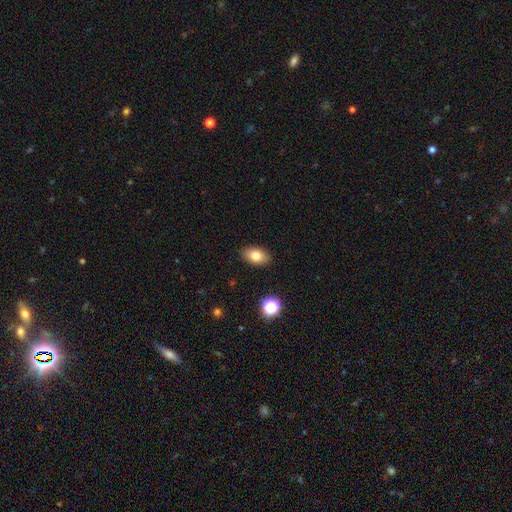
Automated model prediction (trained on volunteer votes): Smooth or featured? Predicted: smooth (p=0.79). How rounded? Predicted: in between (p=0.88). Merging? Predicted: none (p=0.89).